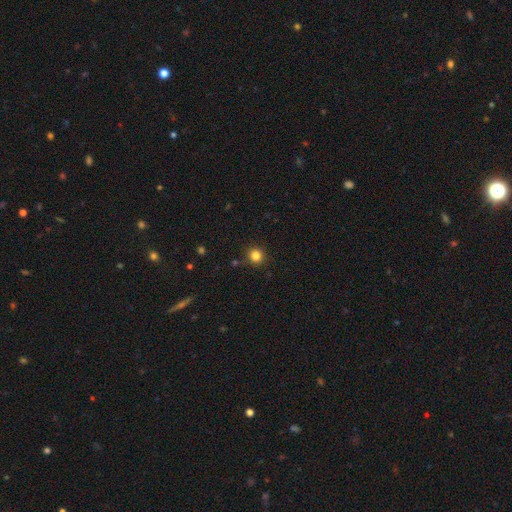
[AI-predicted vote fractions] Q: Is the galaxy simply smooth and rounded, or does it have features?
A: smooth — 83%.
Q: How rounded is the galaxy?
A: round — 93%.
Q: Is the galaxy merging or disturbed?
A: none — 89%.